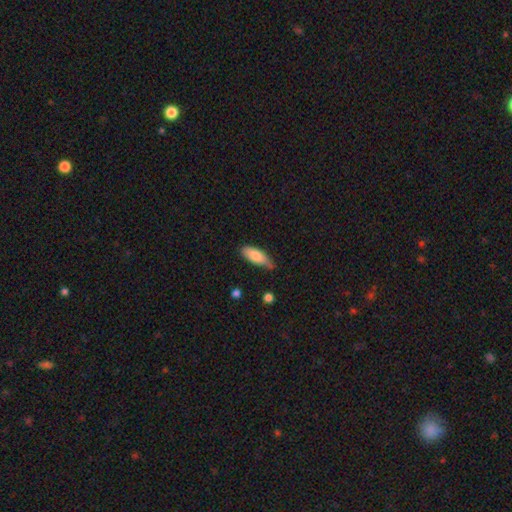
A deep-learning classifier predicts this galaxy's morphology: Overall: smooth (80%). How rounded: in between (71%). Merging: none (54%; minor disturbance 37%).